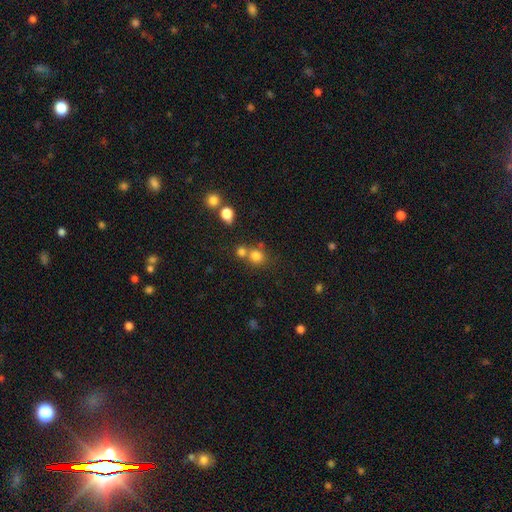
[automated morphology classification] The model was most divided on "merging": none: 55%, merger: 33%, minor disturbance: 8%, major disturbance: 4%. More confident: how rounded — round (84%); smooth or featured — smooth (78%).